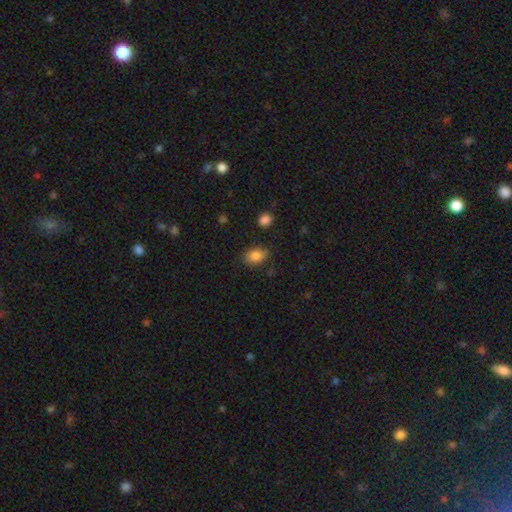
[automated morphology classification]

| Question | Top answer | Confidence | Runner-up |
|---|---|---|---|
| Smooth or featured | smooth | 85% | star or artifact (9%) |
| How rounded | in between | 81% | round (18%) |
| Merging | none | 81% | minor disturbance (13%) |